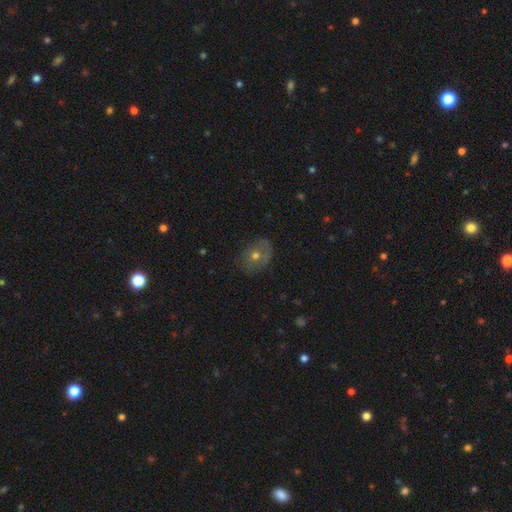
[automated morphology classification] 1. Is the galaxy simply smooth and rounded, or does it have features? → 54% smooth, 33% featured or disk, 13% star or artifact.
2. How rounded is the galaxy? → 53% in between, 45% round, 1% cigar-shaped.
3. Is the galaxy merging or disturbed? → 72% none, 19% minor disturbance, 7% major disturbance, 2% merger.